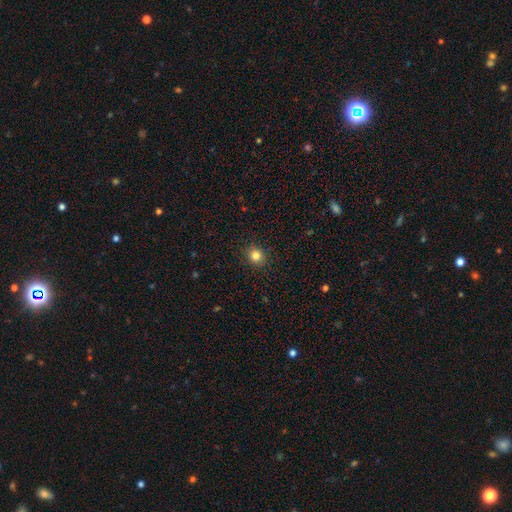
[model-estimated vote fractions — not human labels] This is clearly a smooth galaxy (83%). How rounded: clearly round (82%). Merging: clearly none (91%).